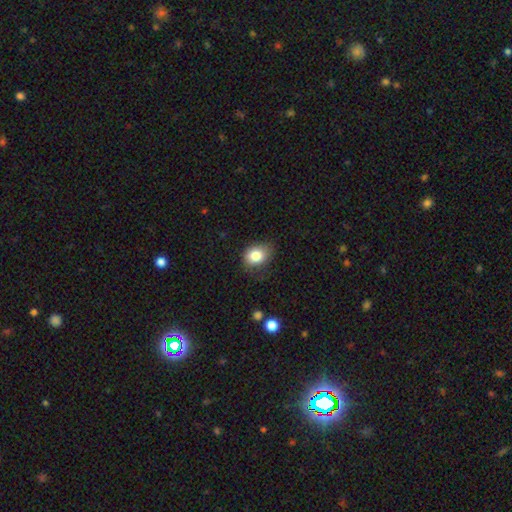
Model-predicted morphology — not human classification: Smooth or featured? Predicted: smooth (p=0.81). How rounded? Predicted: in between (p=0.53). Merging? Predicted: none (p=0.67).